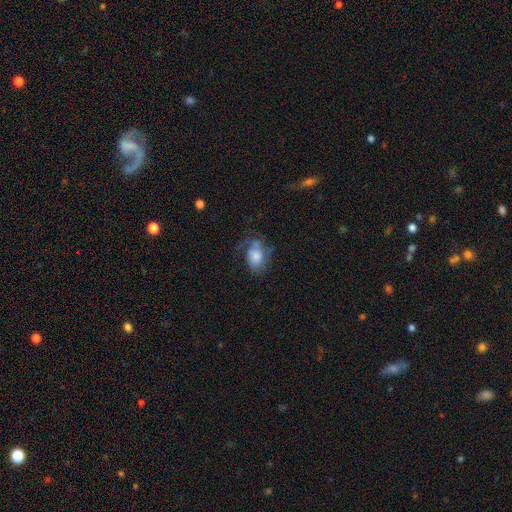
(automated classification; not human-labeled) This appears to be a smooth galaxy with no disk features (55%) that is in between round and cigar-shaped (77%). Merging: none (36%).